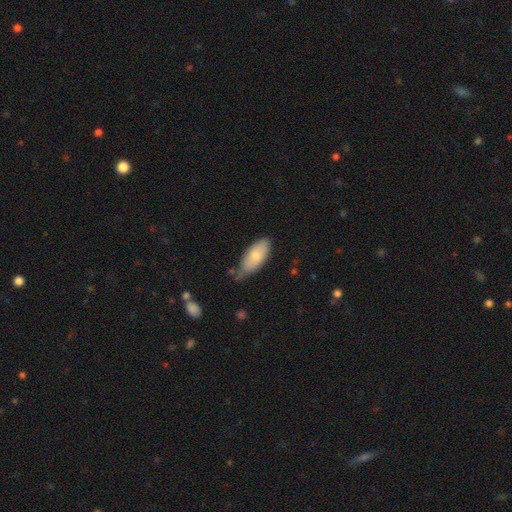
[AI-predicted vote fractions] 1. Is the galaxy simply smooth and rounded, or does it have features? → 78% smooth, 16% featured or disk, 6% star or artifact.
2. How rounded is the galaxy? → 88% in between, 10% cigar-shaped, 2% round.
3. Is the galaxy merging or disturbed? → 54% none, 36% minor disturbance, 6% major disturbance, 4% merger.